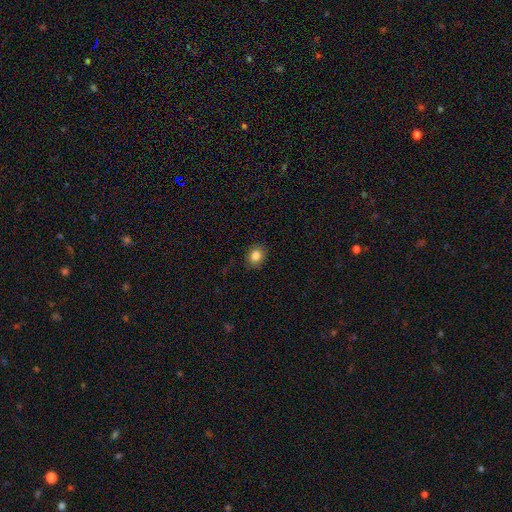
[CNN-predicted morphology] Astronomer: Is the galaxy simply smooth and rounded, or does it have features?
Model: smooth — 84%.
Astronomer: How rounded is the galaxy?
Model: round — 60% (runner-up: in between, 39%).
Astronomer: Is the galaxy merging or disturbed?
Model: none — 86%.